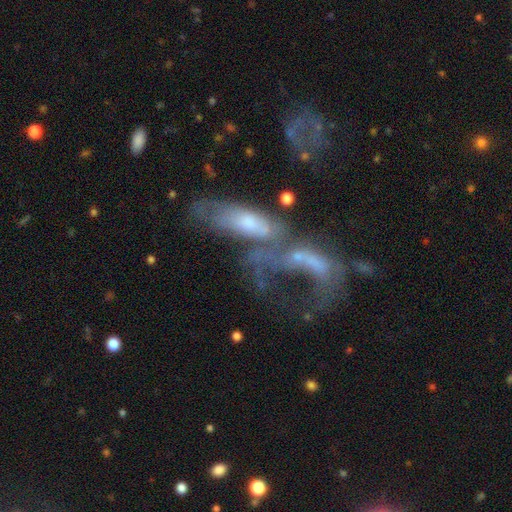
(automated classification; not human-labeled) Smooth or featured: featured or disk — 58% (smooth — 25%)
Edge-on disk: no — 83% (yes — 17%)
Merging: merger — 54% (major disturbance — 22%)